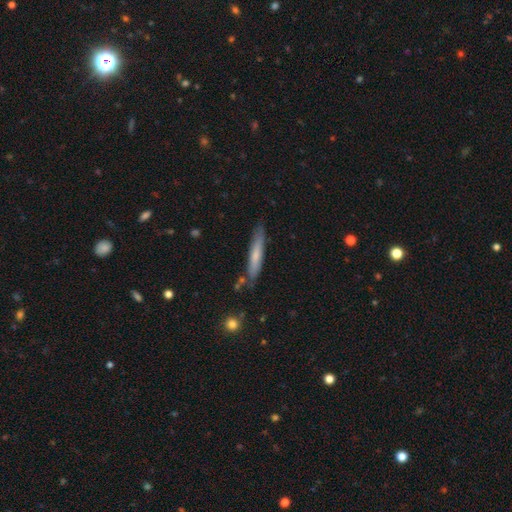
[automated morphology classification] smooth-or-featured: smooth: 62% | featured or disk: 33% | star or artifact: 6%
  how-rounded: cigar-shaped: 93% | in between: 6% | round: 1%
  merging: none: 81% | minor disturbance: 14% | merger: 3% | major disturbance: 2%